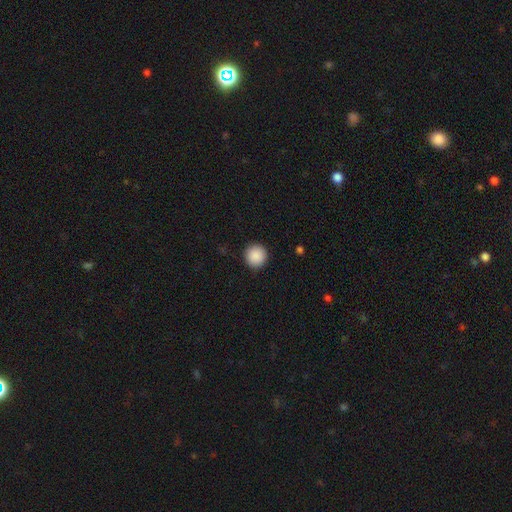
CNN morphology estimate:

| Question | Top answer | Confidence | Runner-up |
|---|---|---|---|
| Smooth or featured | smooth | 90% | star or artifact (8%) |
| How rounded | round | 94% | in between (5%) |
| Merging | none | 92% | minor disturbance (6%) |